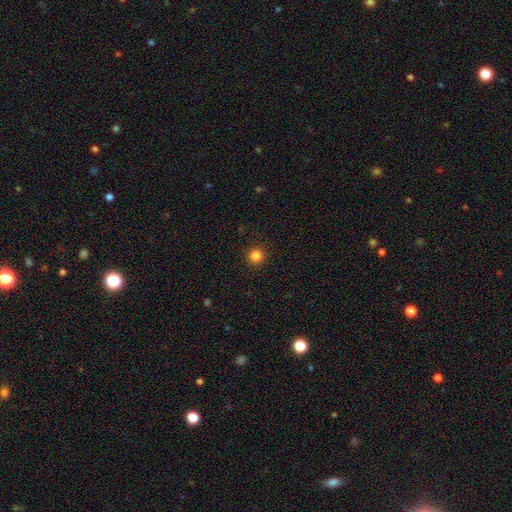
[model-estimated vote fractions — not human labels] A smooth galaxy with no disk features (84%) that is round (94%).

Vote fractions:
- Smooth or featured? smooth: 84% / star or artifact: 12% / featured or disk: 4%
- How rounded? round: 94% / in between: 5% / cigar-shaped: 1%
- Merging? none: 92% / minor disturbance: 5% / major disturbance: 2% / merger: 1%